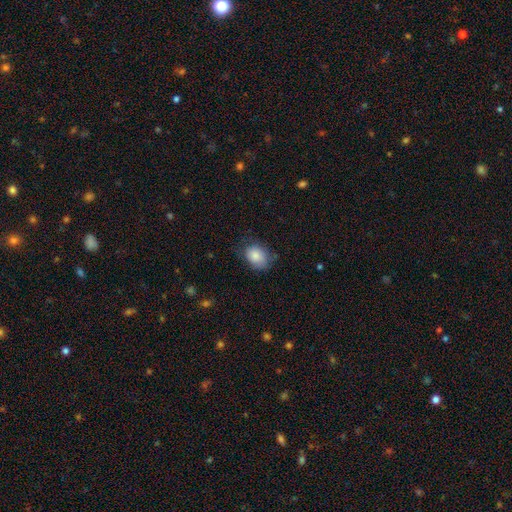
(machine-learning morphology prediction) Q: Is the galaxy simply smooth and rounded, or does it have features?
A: smooth — 84%.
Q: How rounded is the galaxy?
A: in between — 65%.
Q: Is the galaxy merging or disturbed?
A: none — 65%.